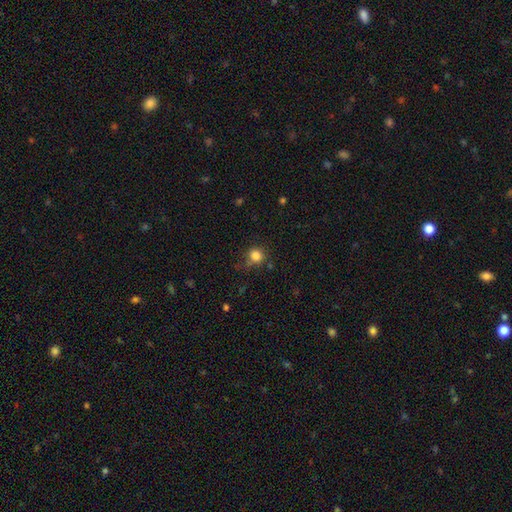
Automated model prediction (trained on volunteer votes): Smooth or featured: smooth — 83% (star or artifact — 12%)
How rounded: round — 88% (in between — 11%)
Merging: none — 70% (minor disturbance — 20%)